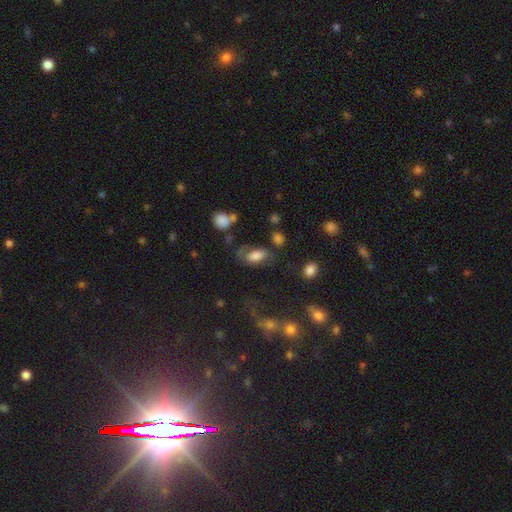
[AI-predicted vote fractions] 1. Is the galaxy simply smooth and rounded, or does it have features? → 69% smooth, 21% featured or disk, 11% star or artifact.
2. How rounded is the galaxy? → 89% in between, 6% round, 5% cigar-shaped.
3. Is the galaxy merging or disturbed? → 46% none, 24% major disturbance, 23% minor disturbance, 7% merger.